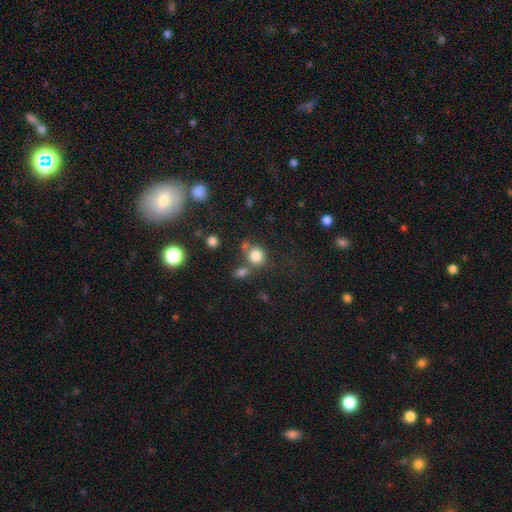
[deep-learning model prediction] The model was most divided on "merging": none: 61%, merger: 21%, minor disturbance: 13%, major disturbance: 6%. More confident: smooth or featured — smooth (81%); how rounded — round (79%).